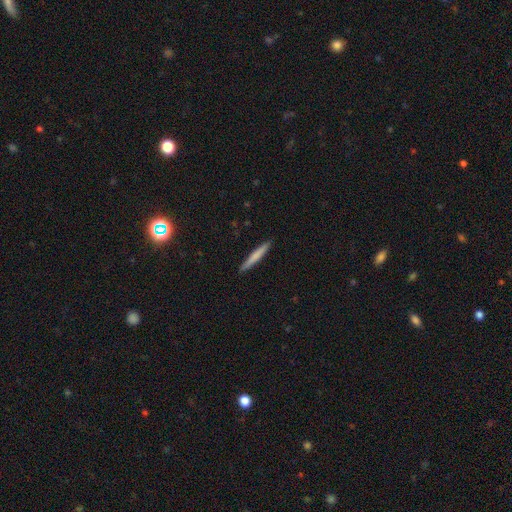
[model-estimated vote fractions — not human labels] The model was most divided on "smooth or featured": smooth: 71%, featured or disk: 24%, star or artifact: 5%. More confident: how rounded — cigar-shaped (96%); merging — none (92%).